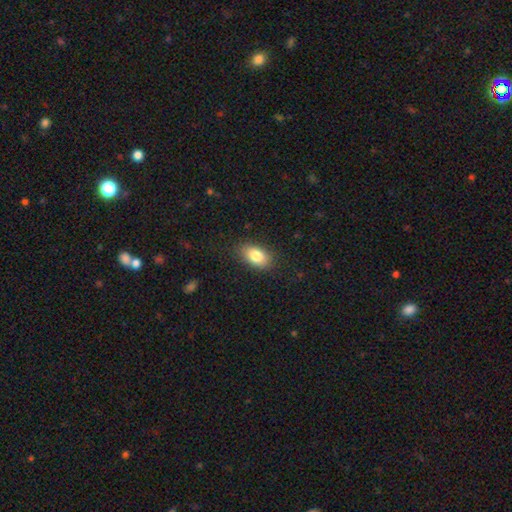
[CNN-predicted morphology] Smooth or featured?
  - smooth: 82% *
  - featured or disk: 10%
  - star or artifact: 8%
How rounded?
  - in between: 90% *
  - round: 8%
  - cigar-shaped: 2%
Merging?
  - none: 84% *
  - minor disturbance: 12%
  - major disturbance: 3%
  - merger: 1%